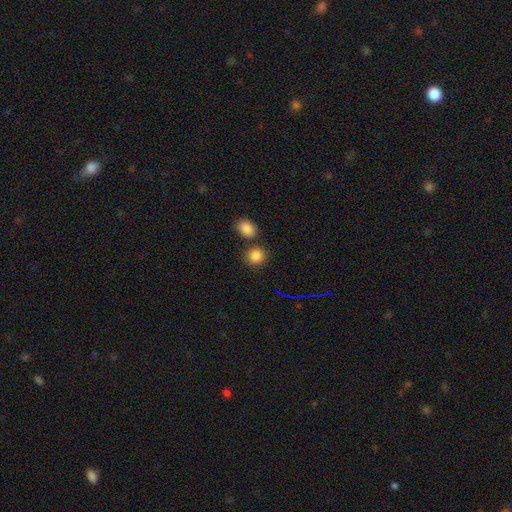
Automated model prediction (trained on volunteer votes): This is clearly a smooth galaxy (84%). How rounded: likely round (76%). Merging: likely none (71%).